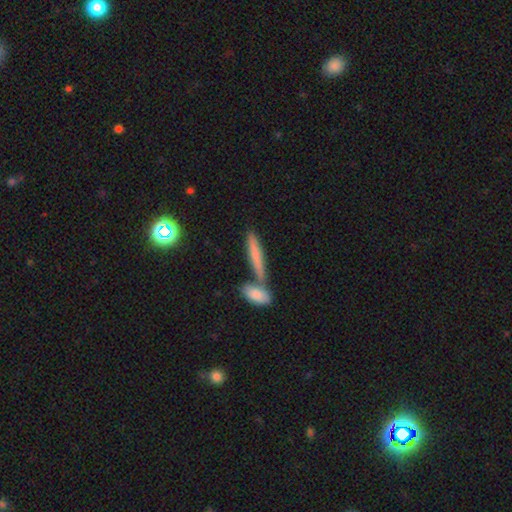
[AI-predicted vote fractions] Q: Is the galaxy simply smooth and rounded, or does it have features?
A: smooth — 68%.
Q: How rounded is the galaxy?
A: cigar-shaped — 82%.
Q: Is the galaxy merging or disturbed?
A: none — 61%.